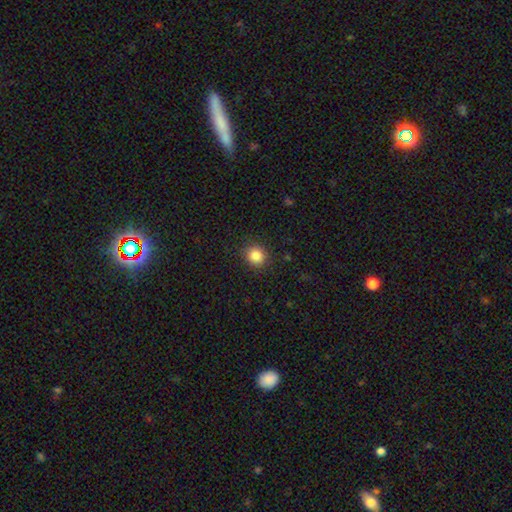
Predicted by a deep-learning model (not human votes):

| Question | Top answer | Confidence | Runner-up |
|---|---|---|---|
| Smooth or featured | smooth | 85% | star or artifact (10%) |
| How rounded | round | 85% | in between (14%) |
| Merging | none | 89% | minor disturbance (8%) |